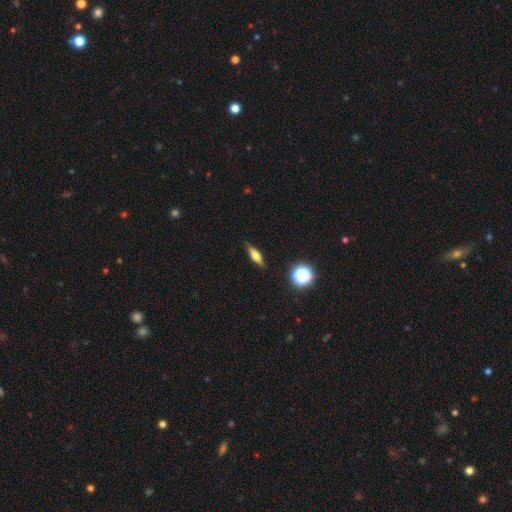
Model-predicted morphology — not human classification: Overall: smooth (53%; featured or disk 36%). How rounded: cigar-shaped (54%; in between 39%). Merging: none (86%).